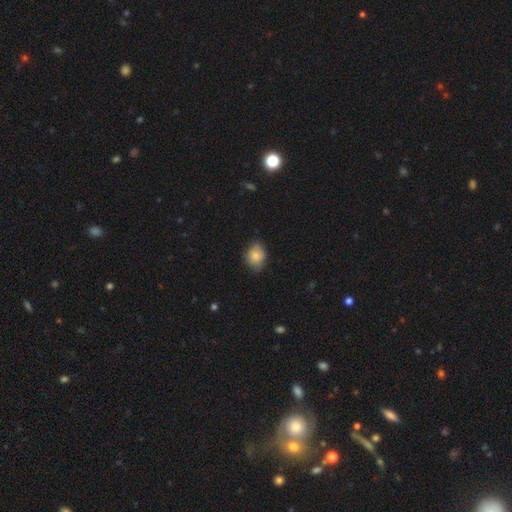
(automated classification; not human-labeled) Q: Smooth or featured?
A: smooth (83%); runner-up: featured or disk (9%)
Q: How rounded?
A: in between (58%); runner-up: round (41%)
Q: Merging?
A: none (73%); runner-up: minor disturbance (23%)